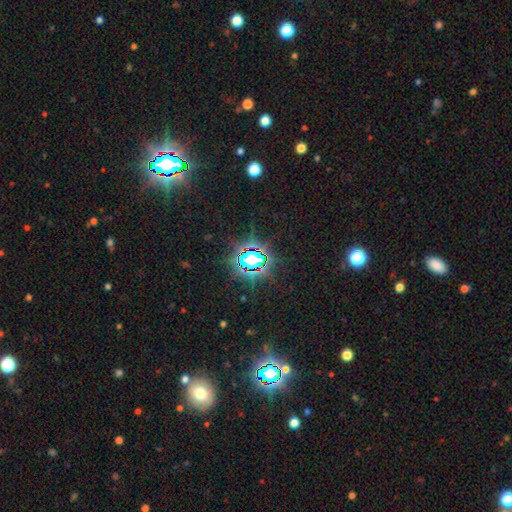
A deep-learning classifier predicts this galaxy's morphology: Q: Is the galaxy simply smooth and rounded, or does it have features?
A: star or artifact — 81%.